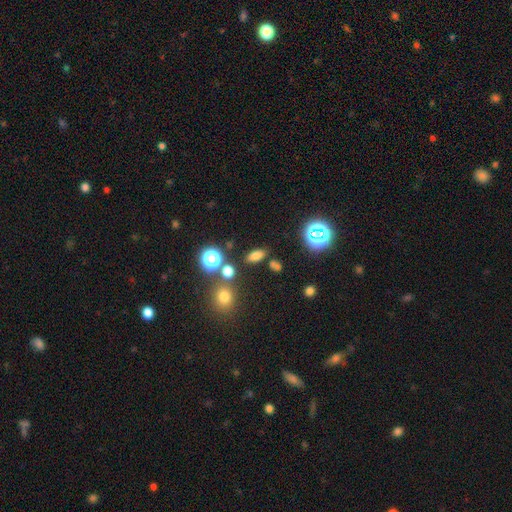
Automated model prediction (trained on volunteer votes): Q: Smooth or featured?
A: smooth (72%); runner-up: star or artifact (19%)
Q: How rounded?
A: in between (79%); runner-up: round (11%)
Q: Merging?
A: none (79%); runner-up: minor disturbance (10%)